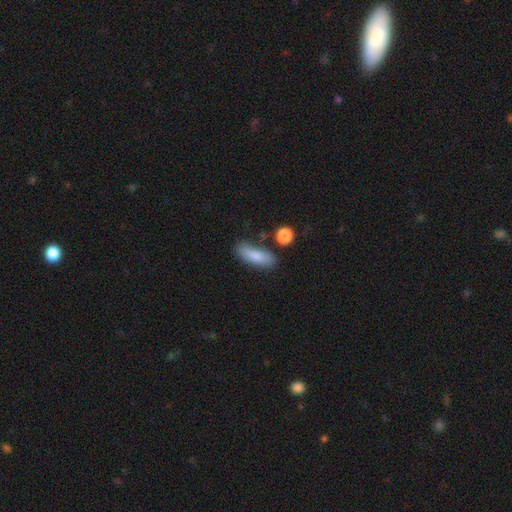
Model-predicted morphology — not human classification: Smooth or featured? smooth (83%)
How rounded? in between (62%)
Merging? none (72%)